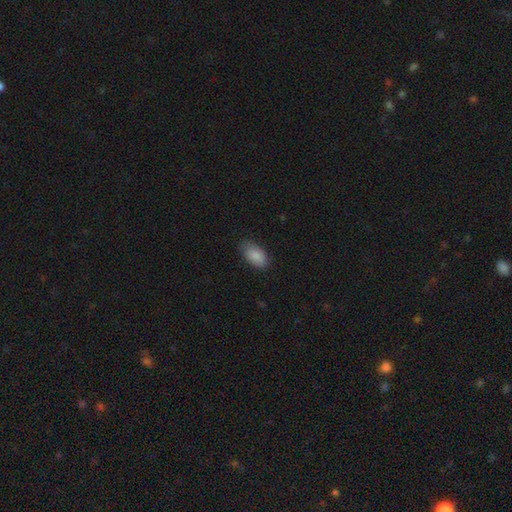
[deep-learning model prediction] Smooth or featured? Predicted: smooth (p=0.88). How rounded? Predicted: in between (p=0.93). Merging? Predicted: none (p=0.77).